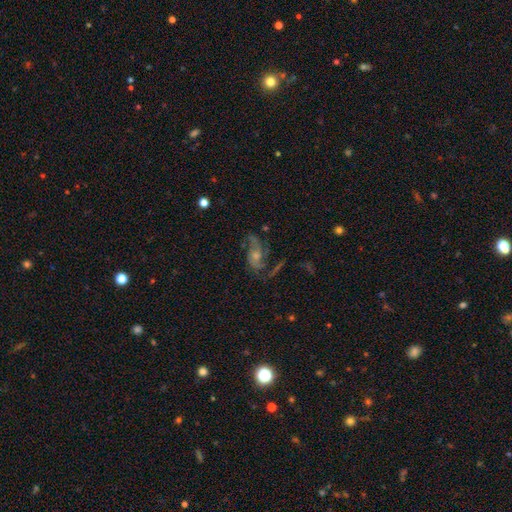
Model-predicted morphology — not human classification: smooth-or-featured: featured or disk: 77% | star or artifact: 13% | smooth: 9%
  disk-edge-on: no: 96% | yes: 4%
    bar: no: 64% | weak: 29% | strong: 8%
    has-spiral-arms: yes: 94% | no: 6%
      spiral-winding: medium: 47% | loose: 36% | tight: 17%
      spiral-arm-count: 2: 65% | 3: 14% | can't tell: 10% | 1: 5% | 4: 4% | more than 4: 3%
    bulge-size: moderate: 46% | small: 42% | large: 5% | none: 5% | dominant: 2%
  merging: none: 65% | minor disturbance: 16% | major disturbance: 16% | merger: 3%